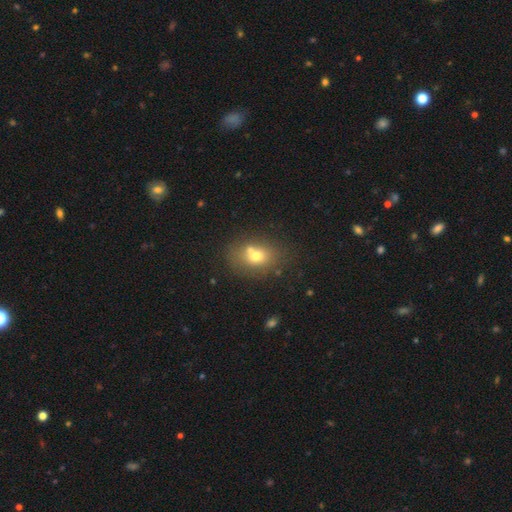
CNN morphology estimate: smooth-or-featured: smooth: 66% | featured or disk: 20% | star or artifact: 14%
  how-rounded: in between: 56% | round: 43% | cigar-shaped: 1%
  merging: none: 50% | merger: 33% | minor disturbance: 12% | major disturbance: 5%